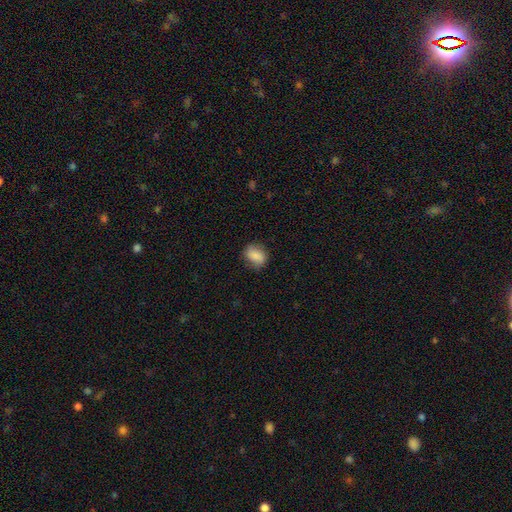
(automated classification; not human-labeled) This appears to be a smooth galaxy with no disk features (86%) that is in between round and cigar-shaped (61%). Merging: none (78%).